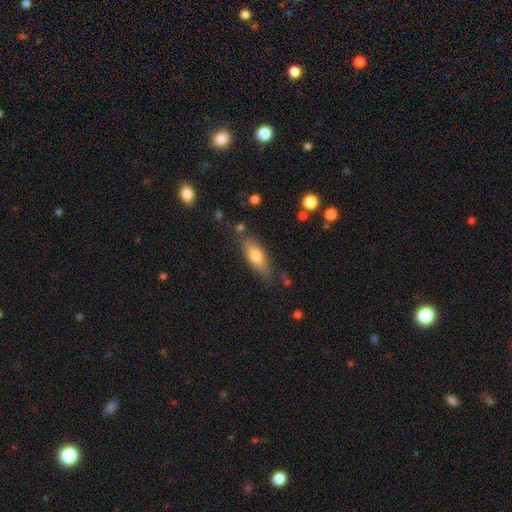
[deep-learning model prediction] Q: Smooth or featured?
A: smooth (68%); runner-up: featured or disk (25%)
Q: How rounded?
A: in between (59%); runner-up: cigar-shaped (38%)
Q: Merging?
A: none (77%); runner-up: minor disturbance (16%)